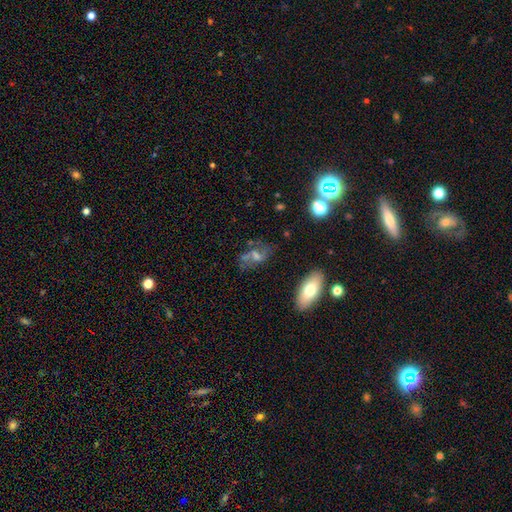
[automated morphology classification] This appears to be a featured or disk galaxy (45%). Merging: none (58%).